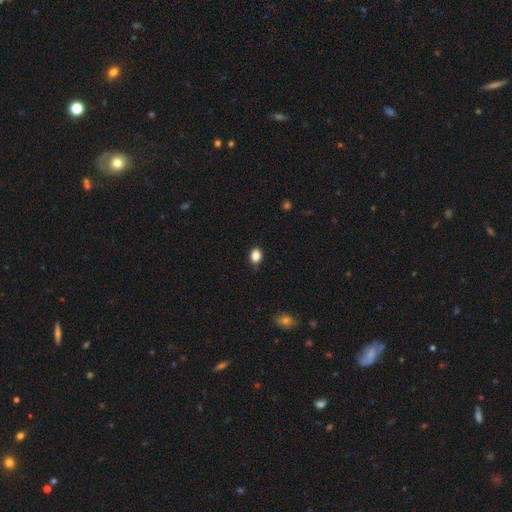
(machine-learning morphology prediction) Smooth or featured? smooth (86%)
How rounded? in between (59%)
Merging? none (80%)